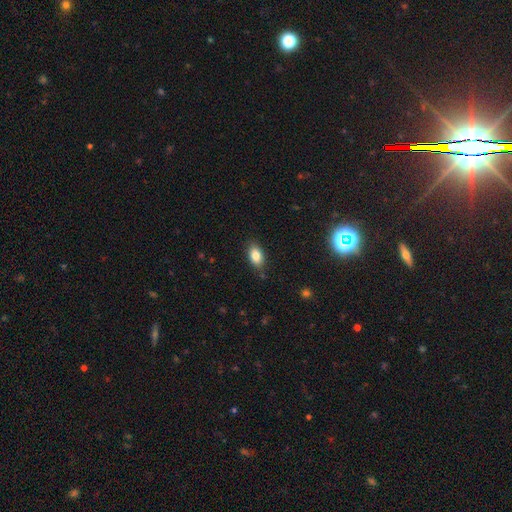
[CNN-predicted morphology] smooth_or_featured: smooth (p=0.84) [alt: star or artifact p=0.08]
how_rounded: in between (p=0.90) [alt: round p=0.07]
merging: none (p=0.84) [alt: minor disturbance p=0.12]